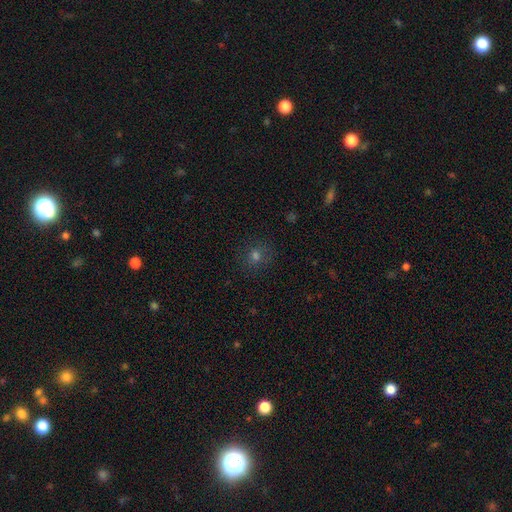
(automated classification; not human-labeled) Smooth or featured?
  - smooth: 65% *
  - star or artifact: 24%
  - featured or disk: 10%
How rounded?
  - round: 81% *
  - in between: 18%
  - cigar-shaped: 1%
Merging?
  - none: 84% *
  - minor disturbance: 11%
  - major disturbance: 4%
  - merger: 2%